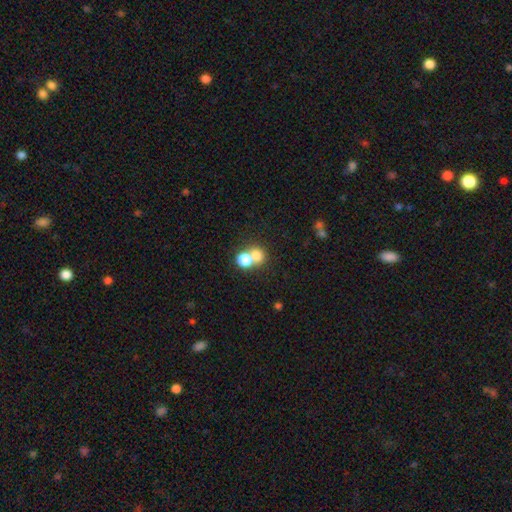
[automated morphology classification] This appears to be a smooth galaxy with no disk features (73%) that is round (73%). Merging: merger (55%).